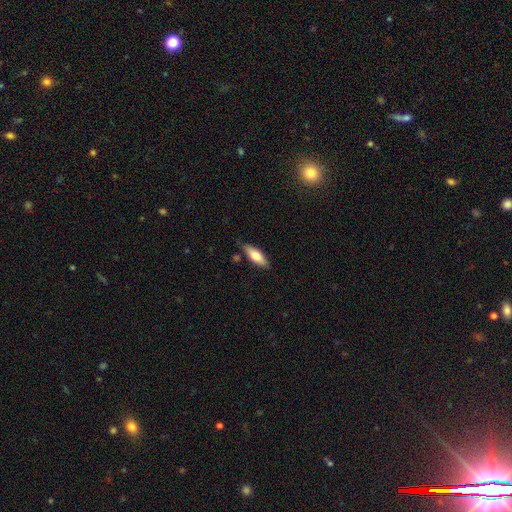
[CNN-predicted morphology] Smooth or featured? smooth (74%)
How rounded? in between (67%)
Merging? none (79%)